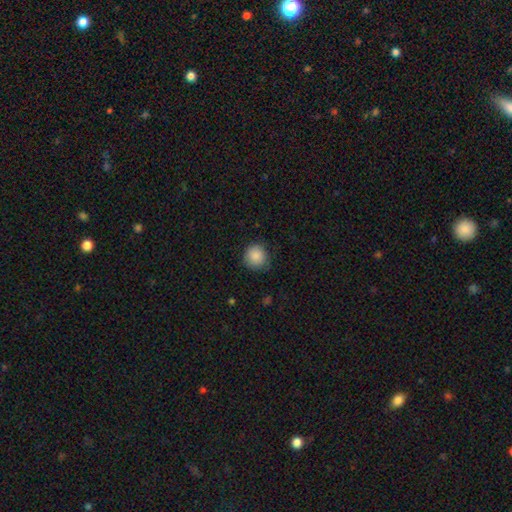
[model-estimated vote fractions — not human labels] Morphology: type=smooth (88%); roundness=round (92%); merging=none (78%).